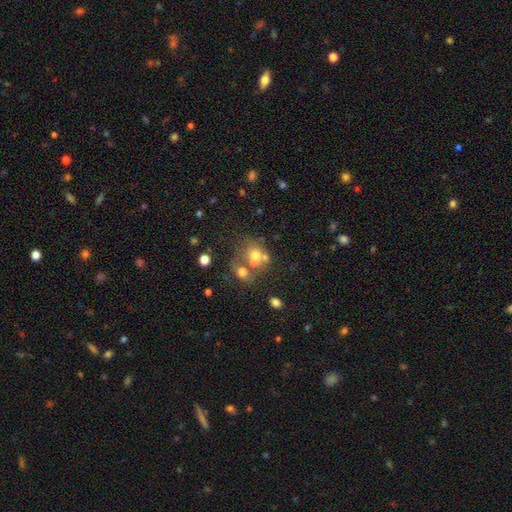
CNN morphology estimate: This is possibly a smooth galaxy (60%). How rounded: likely round (68%). Merging: possibly merger (46%).